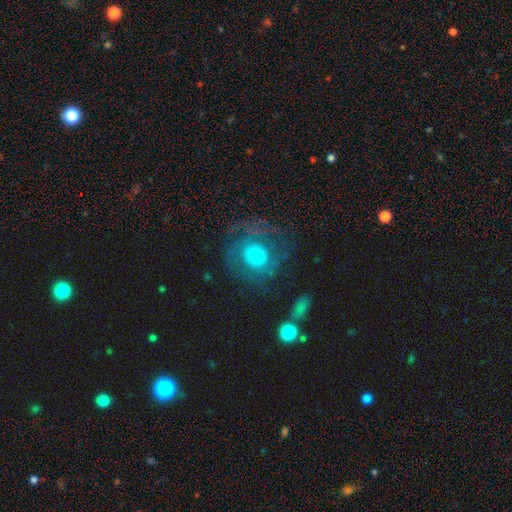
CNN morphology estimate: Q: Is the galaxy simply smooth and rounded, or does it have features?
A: featured or disk — 57%.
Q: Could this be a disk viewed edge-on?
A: no — 97%.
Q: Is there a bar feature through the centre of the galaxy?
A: no — 83%.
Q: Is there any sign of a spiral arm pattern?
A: yes — 65%.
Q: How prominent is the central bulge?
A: small — 50%.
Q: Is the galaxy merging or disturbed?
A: none — 63%.